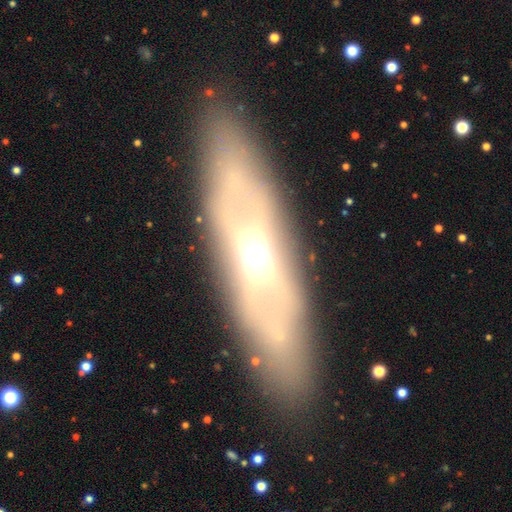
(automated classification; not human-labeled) Overall: featured or disk (67%). Edge-on disk: no (51%; yes 49%). Merging: none (86%).